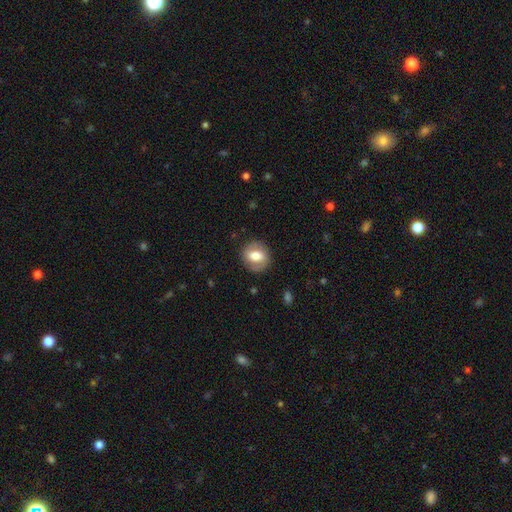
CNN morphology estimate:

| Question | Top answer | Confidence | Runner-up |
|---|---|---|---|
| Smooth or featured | smooth | 55% | featured or disk (38%) |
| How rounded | round | 66% | in between (32%) |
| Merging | none | 83% | minor disturbance (11%) |